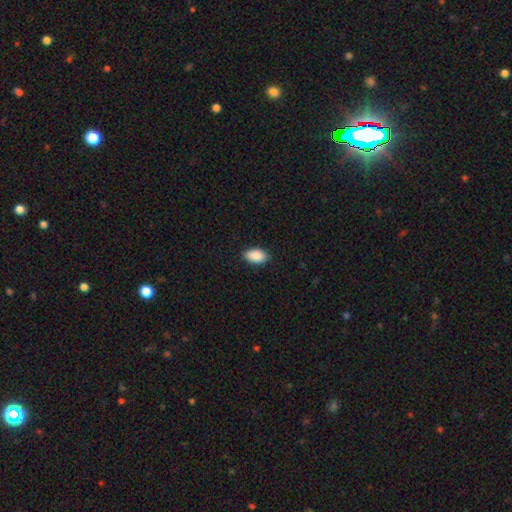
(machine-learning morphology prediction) A smooth galaxy with no disk features (91%) that is in between round and cigar-shaped (94%). Merging: none (88%).